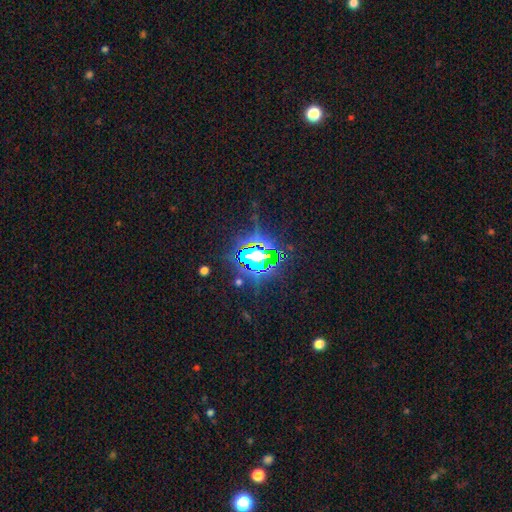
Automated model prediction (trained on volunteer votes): This appears to be a star or artifact, not a galaxy (71%).